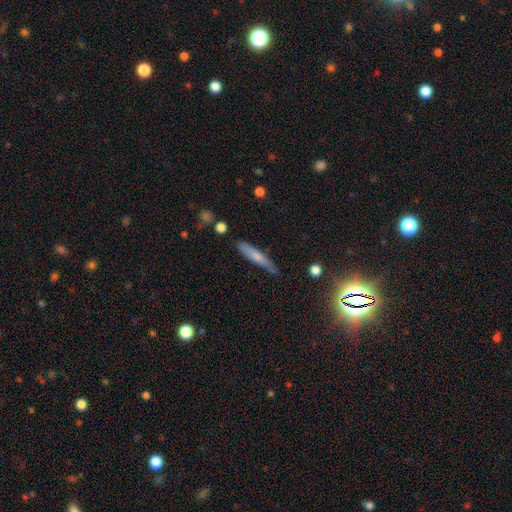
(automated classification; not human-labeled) Smooth or featured?
  - smooth: 64% *
  - featured or disk: 29%
  - star or artifact: 8%
How rounded?
  - cigar-shaped: 91% *
  - in between: 8%
  - round: 2%
Merging?
  - none: 74% *
  - minor disturbance: 19%
  - major disturbance: 4%
  - merger: 3%